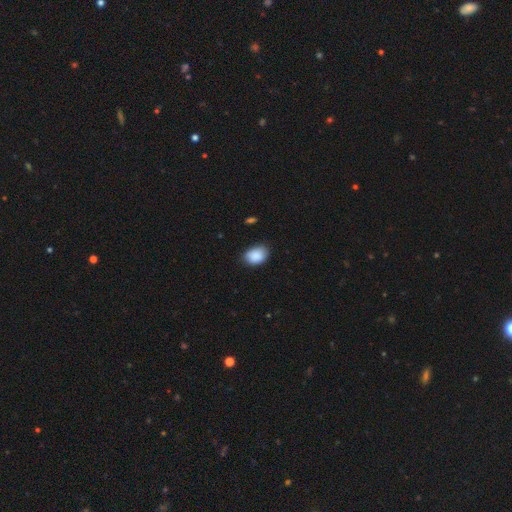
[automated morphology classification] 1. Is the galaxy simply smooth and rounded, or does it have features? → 89% smooth, 7% star or artifact, 4% featured or disk.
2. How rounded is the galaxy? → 78% in between, 21% round, 1% cigar-shaped.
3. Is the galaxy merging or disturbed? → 77% none, 19% minor disturbance, 3% major disturbance, 1% merger.